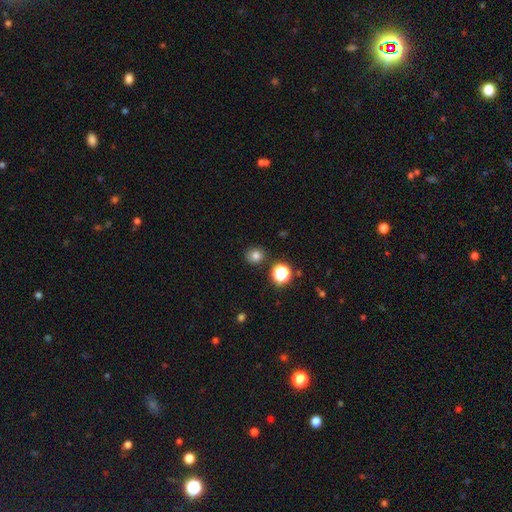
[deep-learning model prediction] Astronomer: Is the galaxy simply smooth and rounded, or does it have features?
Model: smooth — 78%.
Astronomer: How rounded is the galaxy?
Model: round — 87%.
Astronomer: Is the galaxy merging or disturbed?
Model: none — 86%.